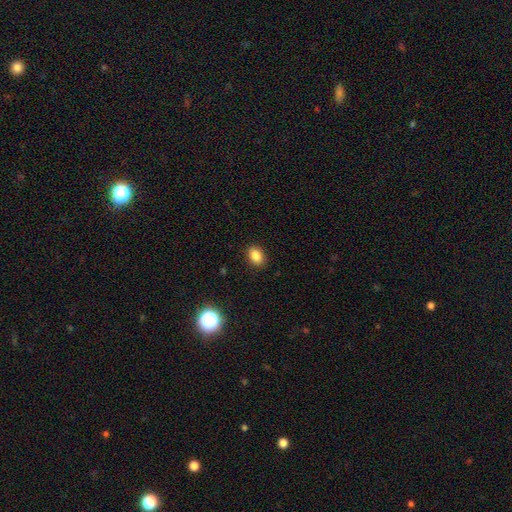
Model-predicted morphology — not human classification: Q: Smooth or featured?
A: smooth (85%); runner-up: star or artifact (10%)
Q: How rounded?
A: in between (75%); runner-up: round (24%)
Q: Merging?
A: none (89%); runner-up: minor disturbance (8%)